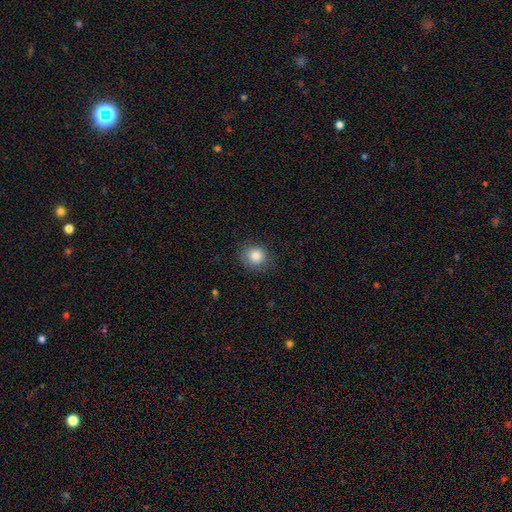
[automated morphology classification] Smooth or featured: smooth — 84% (star or artifact — 9%)
How rounded: round — 75% (in between — 24%)
Merging: none — 80% (minor disturbance — 15%)